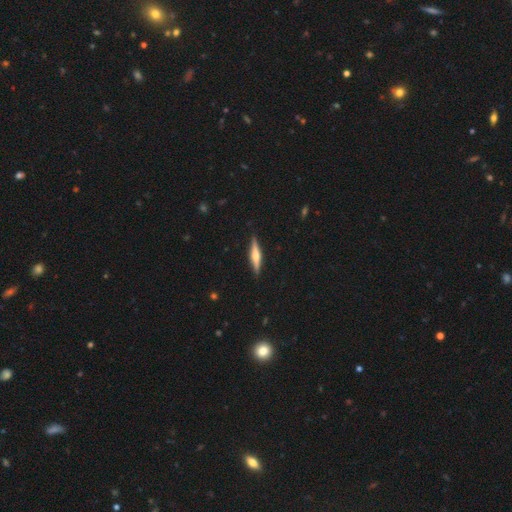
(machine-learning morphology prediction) A featured or disk galaxy (65%) viewed edge-on (97%) with a rounded central bulge (83%).

Vote fractions:
- Smooth or featured? featured or disk: 65% / smooth: 29% / star or artifact: 6%
- Edge-on disk? yes: 97% / no: 3%
- Edge-on bulge? rounded: 83% / boxy: 12% / none: 6%
- Merging? none: 90% / minor disturbance: 7% / major disturbance: 2% / merger: 1%